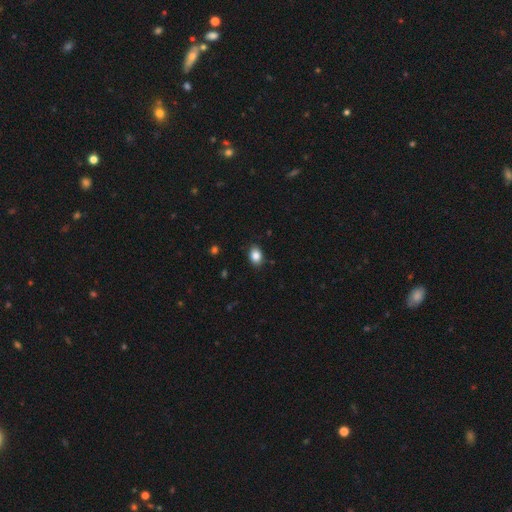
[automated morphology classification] Overall: smooth (86%). How rounded: in between (74%). Merging: none (87%).